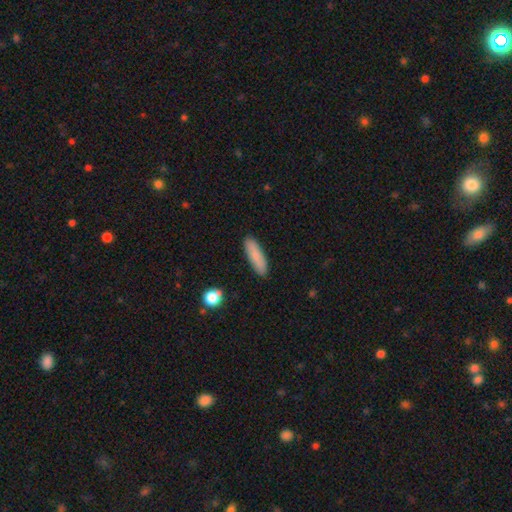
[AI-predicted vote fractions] Smooth or featured? Predicted: smooth (p=0.81). How rounded? Predicted: cigar-shaped (p=0.57). Merging? Predicted: none (p=0.89).